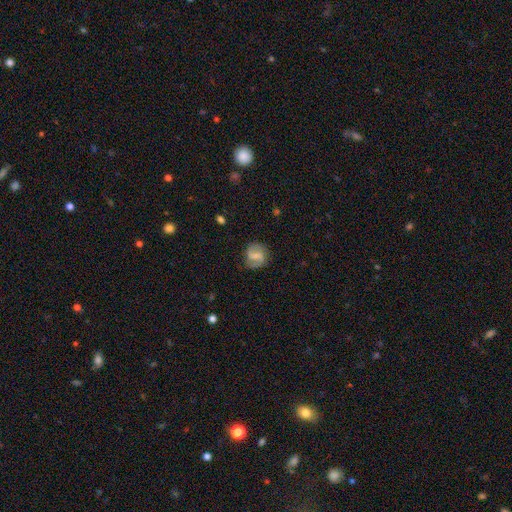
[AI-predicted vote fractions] The model was most divided on "bar": weak: 46%, strong: 38%, no: 16%. Remaining: edge-on disk — no (97%); spiral arms — yes (84%); merging — none (76%); smooth or featured — featured or disk (57%); bulge size — none (40%).